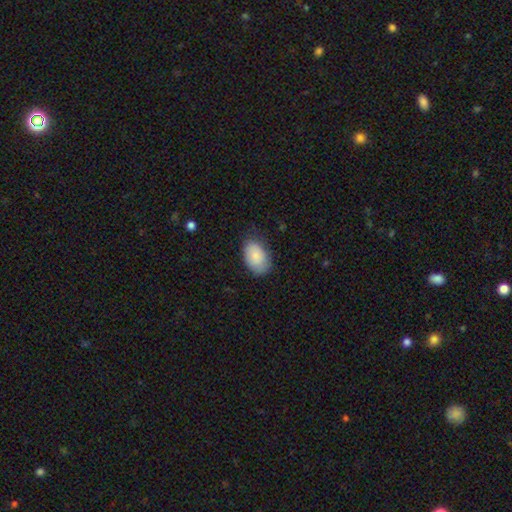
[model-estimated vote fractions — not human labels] A smooth galaxy with no disk features (85%) that is in between round and cigar-shaped (91%).

Vote fractions:
- Smooth or featured? smooth: 85% / featured or disk: 8% / star or artifact: 6%
- How rounded? in between: 91% / round: 8% / cigar-shaped: 1%
- Merging? none: 73% / minor disturbance: 21% / major disturbance: 5% / merger: 1%